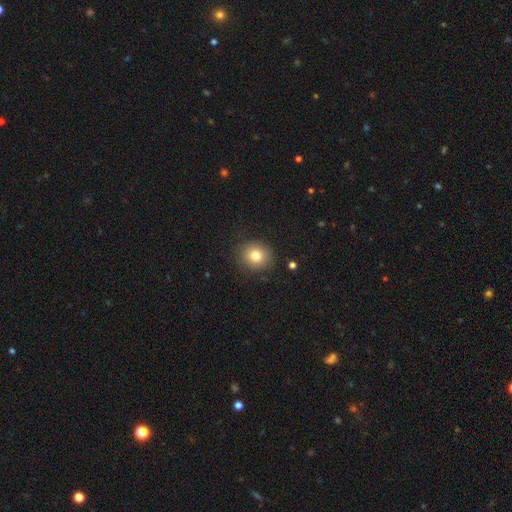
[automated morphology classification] type=smooth (80%); roundness=round (86%); merging=none (87%).